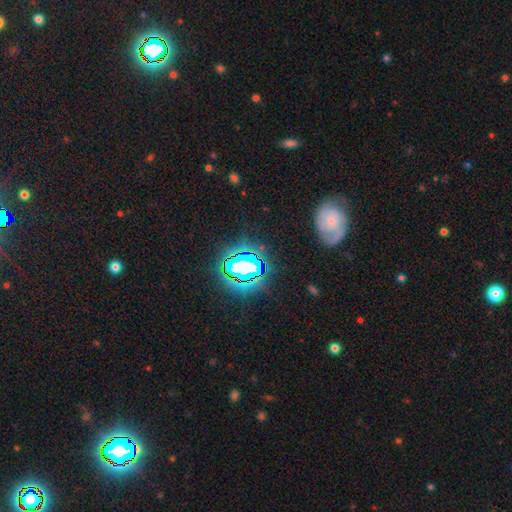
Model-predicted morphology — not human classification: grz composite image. It shows a star or artifact, not a galaxy (70%).